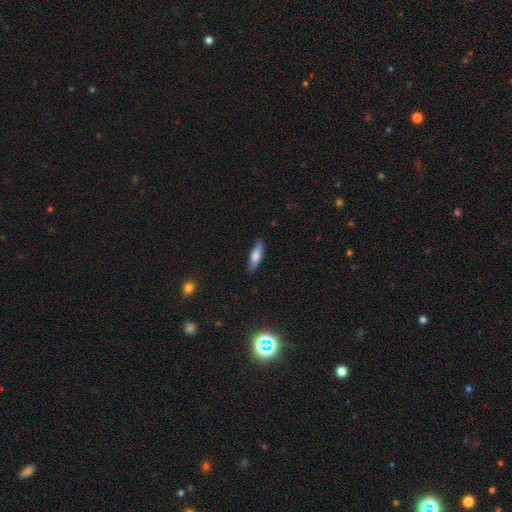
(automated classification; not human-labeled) smooth-or-featured: smooth: 70% | featured or disk: 24% | star or artifact: 6%
  how-rounded: cigar-shaped: 60% | in between: 38% | round: 2%
  merging: none: 85% | minor disturbance: 12% | major disturbance: 2% | merger: 1%